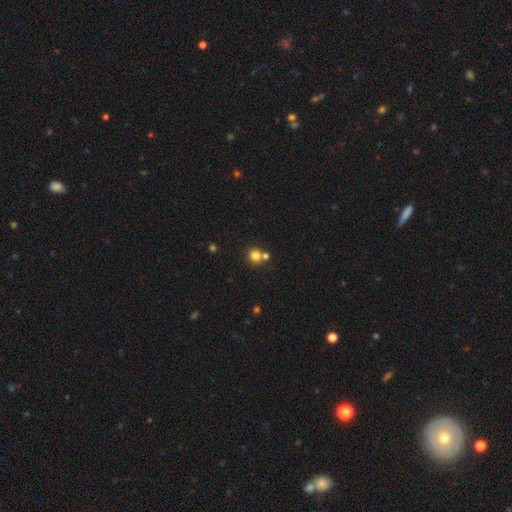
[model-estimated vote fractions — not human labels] Smooth or featured? smooth (80%)
How rounded? round (91%)
Merging? none (63%)